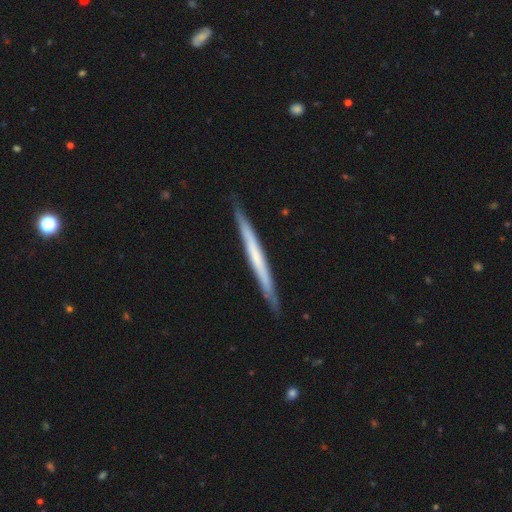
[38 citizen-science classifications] featured or disk 61%, smooth 37%, star or artifact 3%. Down the decision tree: edge-on disk — yes (100%); edge-on bulge — none (87%); merging — none (97%).